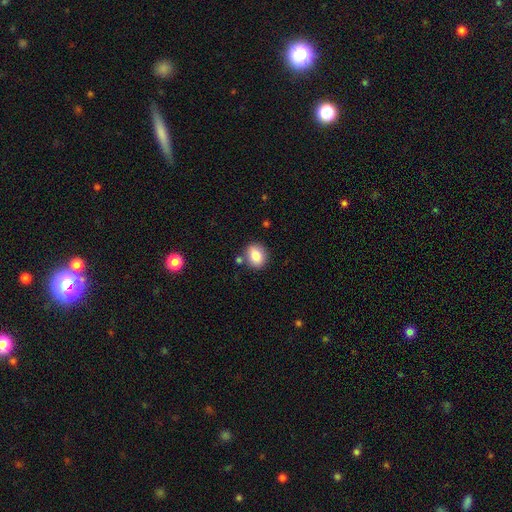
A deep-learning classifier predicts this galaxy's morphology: smooth 84%, star or artifact 9%, featured or disk 8%. Down the decision tree: how rounded — round (52%); merging — none (75%).